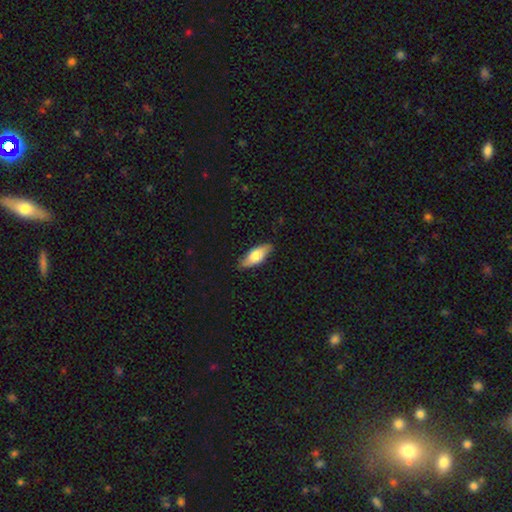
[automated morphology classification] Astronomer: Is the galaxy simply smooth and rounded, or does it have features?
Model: smooth — 69%.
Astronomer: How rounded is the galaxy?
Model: in between — 74%.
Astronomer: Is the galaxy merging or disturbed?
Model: none — 83%.